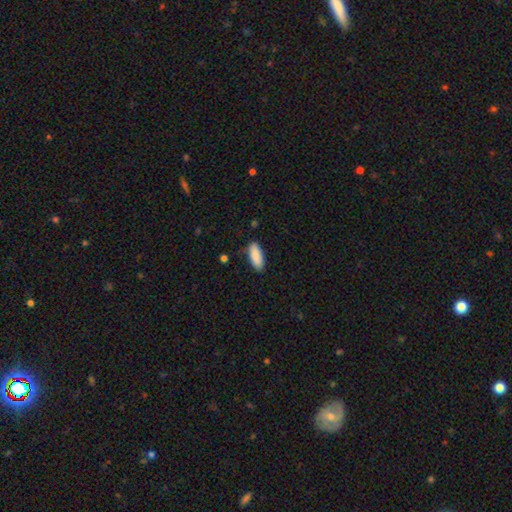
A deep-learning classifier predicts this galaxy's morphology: Smooth or featured? smooth (88%)
How rounded? in between (79%)
Merging? none (80%)